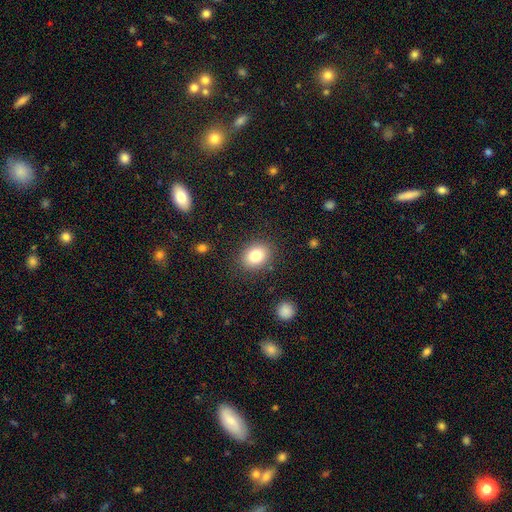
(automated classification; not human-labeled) This is clearly a smooth galaxy (81%). How rounded: possibly in between (51%). Merging: clearly none (86%).